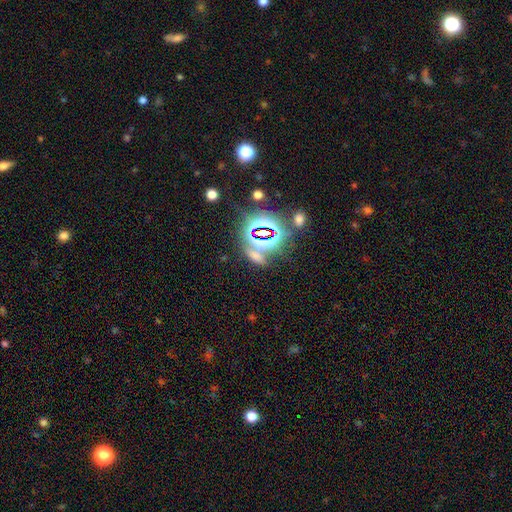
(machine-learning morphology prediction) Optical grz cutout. It shows a star or artifact, not a galaxy (58%).